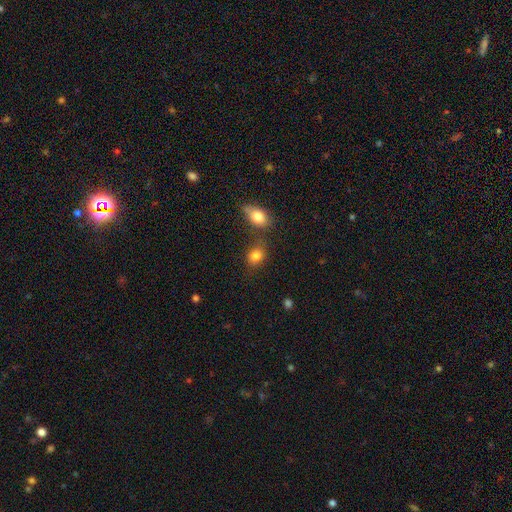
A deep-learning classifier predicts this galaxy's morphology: The model was most divided on "how rounded": in between: 59%, round: 39%, cigar-shaped: 2%. More confident: smooth or featured — smooth (83%); merging — none (65%).